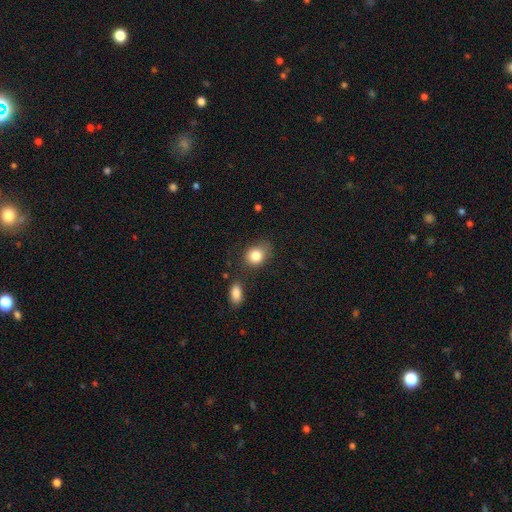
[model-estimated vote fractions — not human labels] smooth-or-featured: smooth: 83% | star or artifact: 9% | featured or disk: 8%
  how-rounded: in between: 50% | round: 49% | cigar-shaped: 1%
  merging: none: 66% | minor disturbance: 21% | merger: 7% | major disturbance: 6%